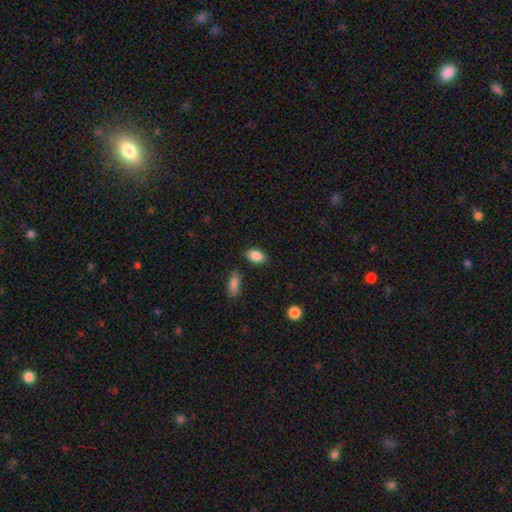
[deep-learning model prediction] A smooth galaxy with no disk features (88%) that is in between round and cigar-shaped (85%).

Vote fractions:
- Smooth or featured? smooth: 88% / star or artifact: 8% / featured or disk: 4%
- How rounded? in between: 85% / round: 14% / cigar-shaped: 2%
- Merging? none: 84% / minor disturbance: 10% / merger: 3% / major disturbance: 2%